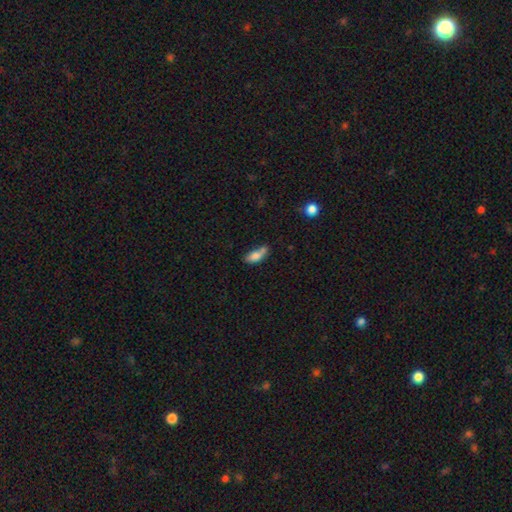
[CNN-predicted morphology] Smooth or featured? smooth (75%)
How rounded? in between (76%)
Merging? none (38%)